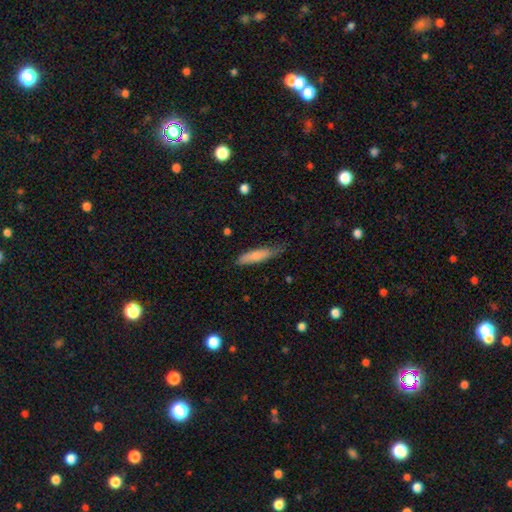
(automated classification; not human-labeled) Smooth or featured? smooth (77%)
How rounded? cigar-shaped (73%)
Merging? none (58%)